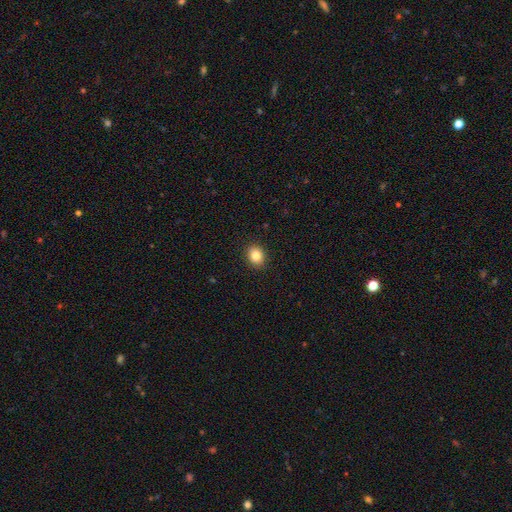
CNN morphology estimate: Smooth or featured: smooth — 83% (star or artifact — 10%)
How rounded: round — 56% (in between — 43%)
Merging: none — 91% (minor disturbance — 6%)